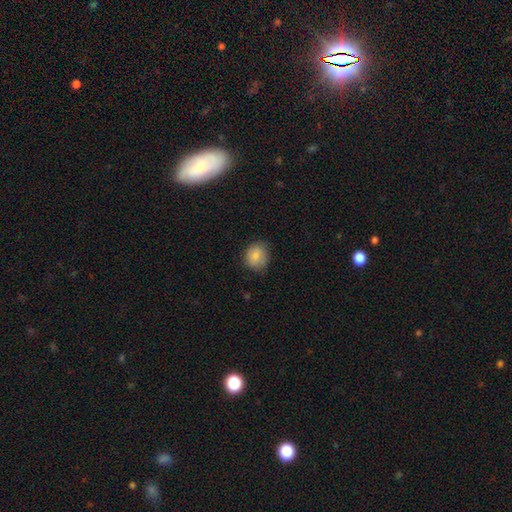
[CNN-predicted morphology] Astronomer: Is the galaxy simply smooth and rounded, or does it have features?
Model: smooth — 84%.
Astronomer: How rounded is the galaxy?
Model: round — 73%.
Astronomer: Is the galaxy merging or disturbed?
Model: none — 77%.